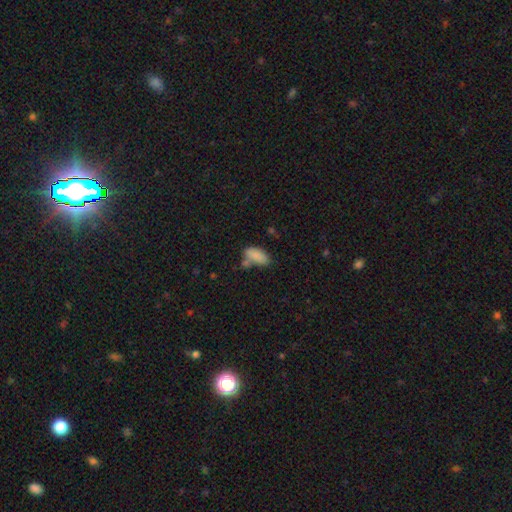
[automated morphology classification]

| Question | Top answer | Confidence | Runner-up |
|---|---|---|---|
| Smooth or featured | smooth | 85% | star or artifact (8%) |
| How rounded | in between | 90% | cigar-shaped (8%) |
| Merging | none | 51% | merger (22%) |